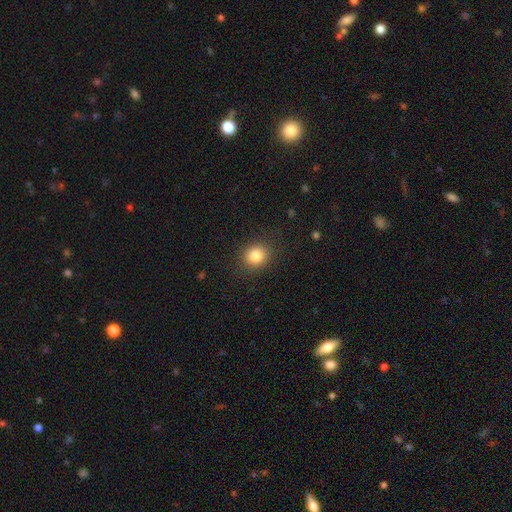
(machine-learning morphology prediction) smooth-or-featured: smooth: 84% | star or artifact: 11% | featured or disk: 6%
  how-rounded: round: 76% | in between: 23% | cigar-shaped: 1%
  merging: none: 87% | minor disturbance: 8% | major disturbance: 3% | merger: 1%